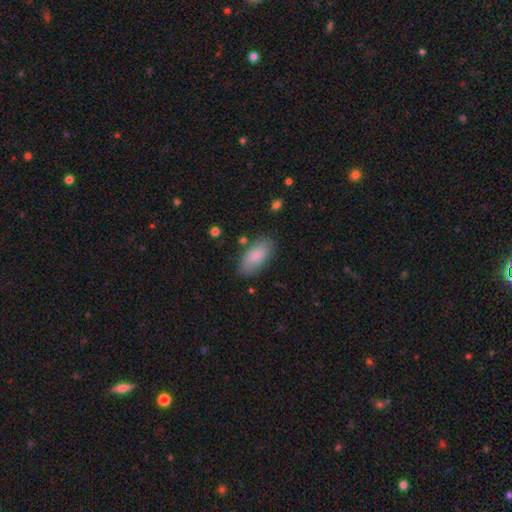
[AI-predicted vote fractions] Q: Smooth or featured?
A: smooth (85%); runner-up: featured or disk (8%)
Q: How rounded?
A: in between (91%); runner-up: cigar-shaped (7%)
Q: Merging?
A: none (81%); runner-up: minor disturbance (13%)